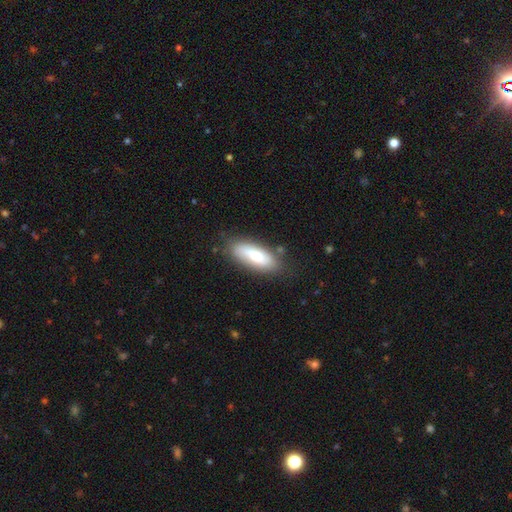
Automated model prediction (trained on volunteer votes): A smooth galaxy with no disk features (72%) that is in between round and cigar-shaped (73%). Merging: none (74%).